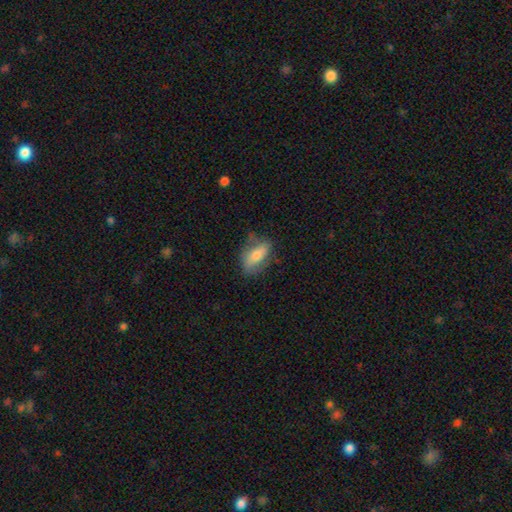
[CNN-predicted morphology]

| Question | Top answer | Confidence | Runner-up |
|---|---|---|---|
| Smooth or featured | smooth | 65% | featured or disk (28%) |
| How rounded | in between | 82% | cigar-shaped (12%) |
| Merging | none | 66% | minor disturbance (24%) |